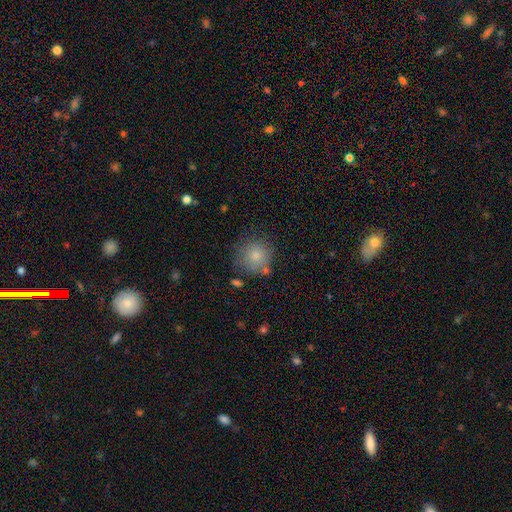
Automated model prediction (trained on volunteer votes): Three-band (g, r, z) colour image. It shows a smooth galaxy with no disk features (82%) that is round (91%). Merging: none (72%).